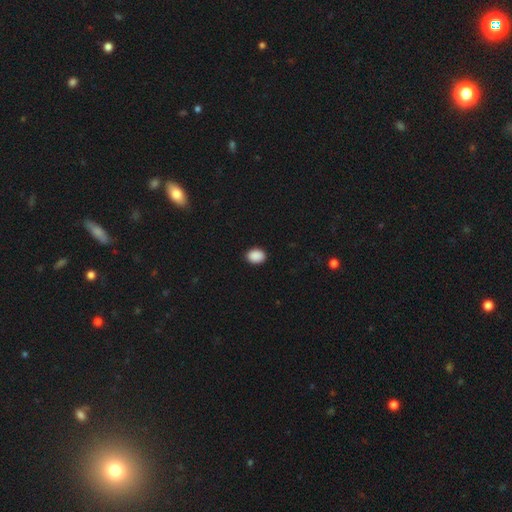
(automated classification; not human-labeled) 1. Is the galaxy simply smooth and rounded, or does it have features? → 90% smooth, 8% star or artifact, 2% featured or disk.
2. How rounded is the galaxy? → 65% in between, 34% round, 1% cigar-shaped.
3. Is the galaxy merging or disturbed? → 90% none, 7% minor disturbance, 2% major disturbance, 1% merger.